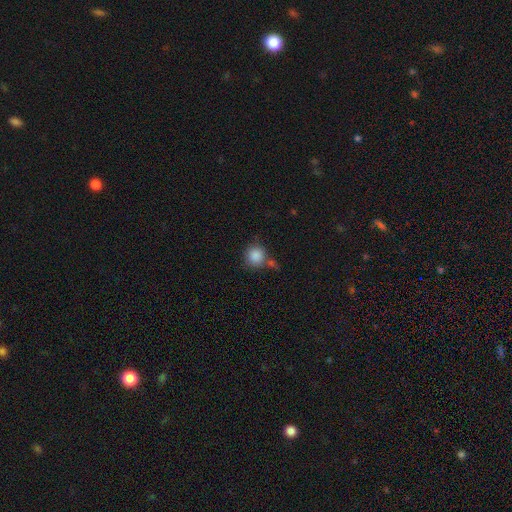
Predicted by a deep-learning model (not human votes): This is clearly a smooth galaxy (87%). How rounded: clearly round (90%). Merging: likely none (61%).